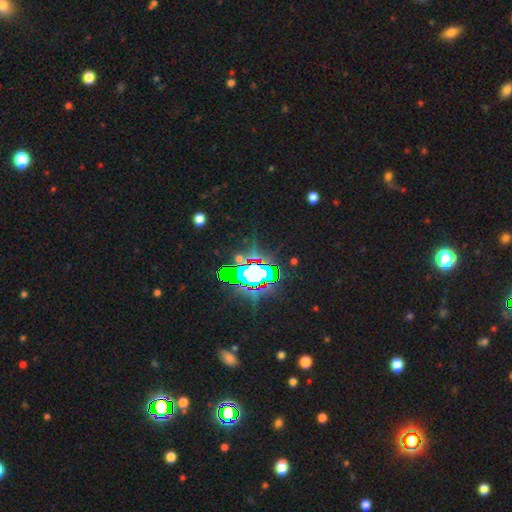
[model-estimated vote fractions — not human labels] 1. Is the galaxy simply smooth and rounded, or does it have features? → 73% star or artifact, 14% featured or disk, 13% smooth.